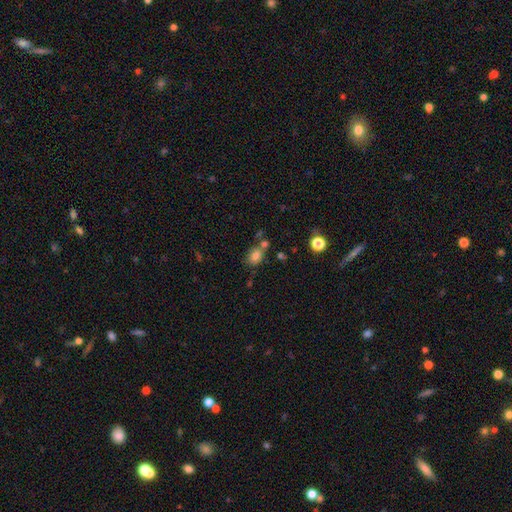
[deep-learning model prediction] A smooth galaxy with no disk features (78%) that is in between round and cigar-shaped (71%). Merging: none (54%).